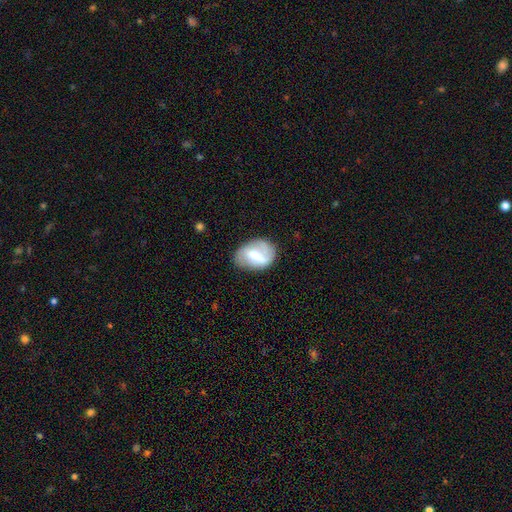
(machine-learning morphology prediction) smooth_or_featured: featured or disk (p=0.51) [alt: smooth p=0.42]
disk_edge_on: no (p=0.95) [alt: yes p=0.05]
merging: none (p=0.69) [alt: minor disturbance p=0.21]